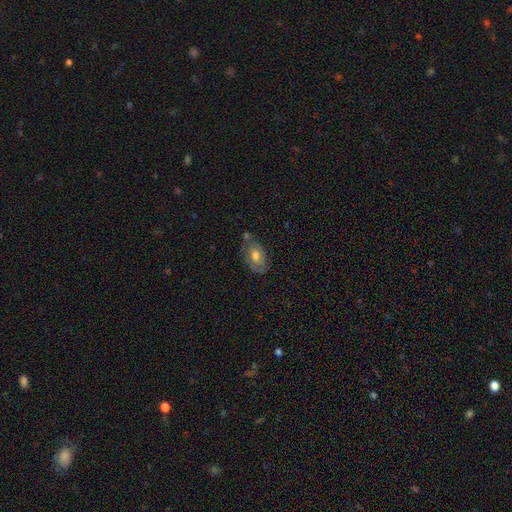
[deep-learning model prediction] smooth 46%, featured or disk 45%, star or artifact 9%. Down the decision tree: merging — none (63%).